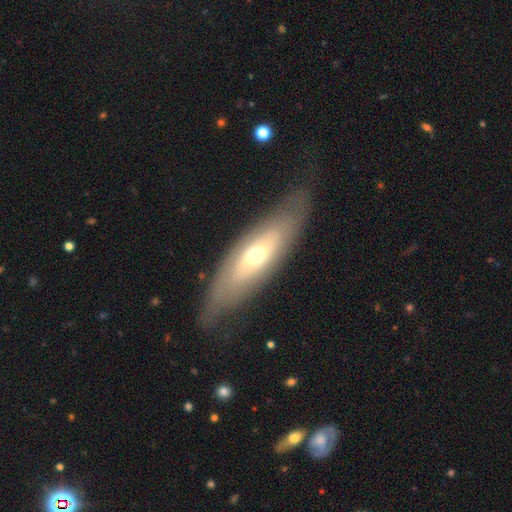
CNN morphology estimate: A featured or disk galaxy (50%). Merging: none (74%).